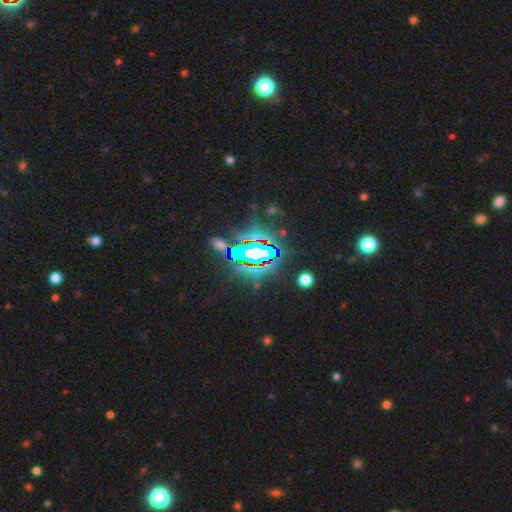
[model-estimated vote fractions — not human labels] This is likely a star or artifact rather than a galaxy (71%).